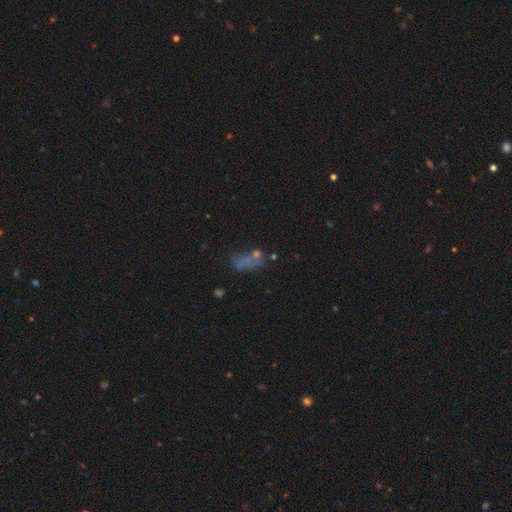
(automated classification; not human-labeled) smooth 44%, star or artifact 30%, featured or disk 26%. Down the decision tree: merging — none (39%).